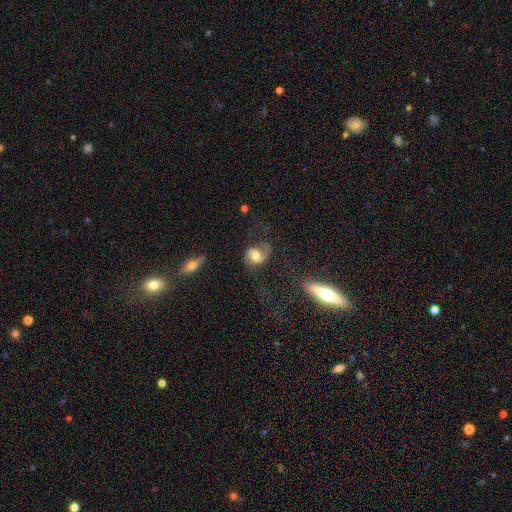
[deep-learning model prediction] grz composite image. It shows a featured or disk galaxy (70%) with no bar (50%), 2 (82%) medium (45%) spiral arms (91%) and a moderate central bulge (63%). Merging: none (58%).